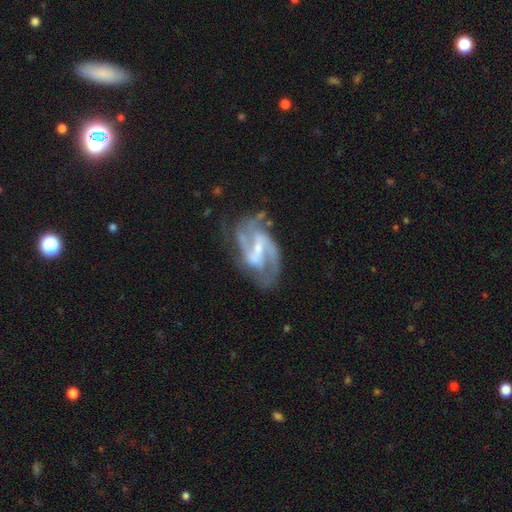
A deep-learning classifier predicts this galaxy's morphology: type=featured or disk (89%); edge-on=no (97%); bar=strong (44%); spiral arms=yes (96%); winding=medium (53%); arm count=2 (62%); bulge=small (59%); merging=none (62%).